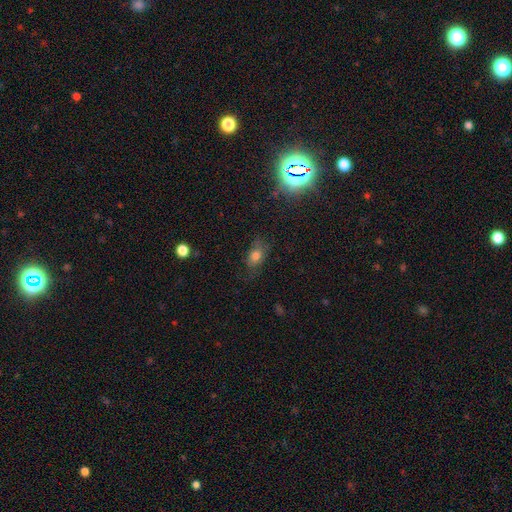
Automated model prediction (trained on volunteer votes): A smooth galaxy with no disk features (71%) that is in between round and cigar-shaped (76%). Merging: none (66%).